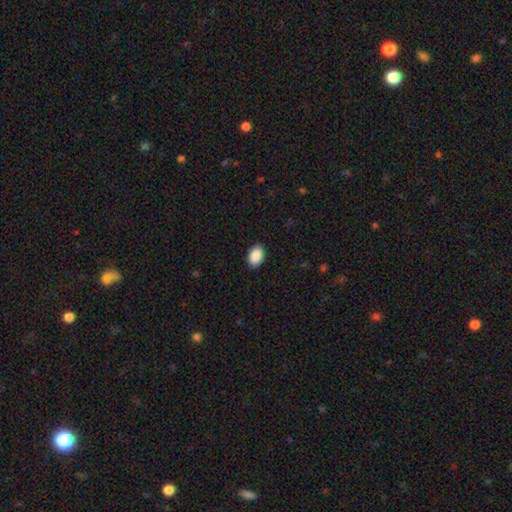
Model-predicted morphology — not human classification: smooth 90%, star or artifact 7%, featured or disk 3%. Down the decision tree: how rounded — in between (88%); merging — none (88%).